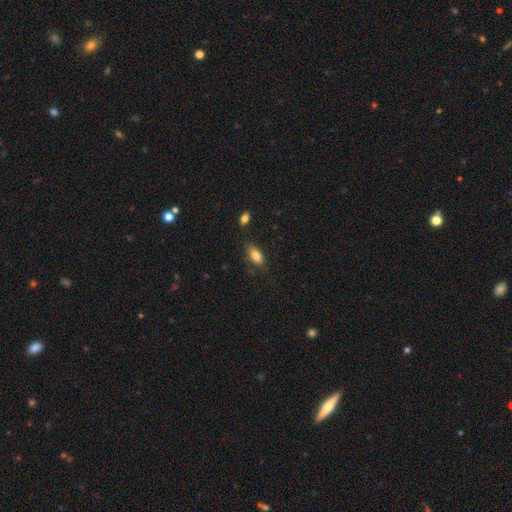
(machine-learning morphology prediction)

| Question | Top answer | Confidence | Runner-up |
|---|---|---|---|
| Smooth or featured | smooth | 82% | featured or disk (10%) |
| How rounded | in between | 86% | cigar-shaped (10%) |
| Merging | none | 77% | minor disturbance (16%) |